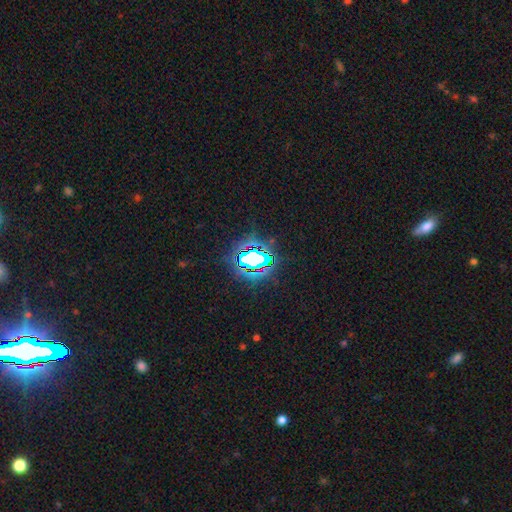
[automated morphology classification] Smooth or featured? Predicted: star or artifact (p=0.70).